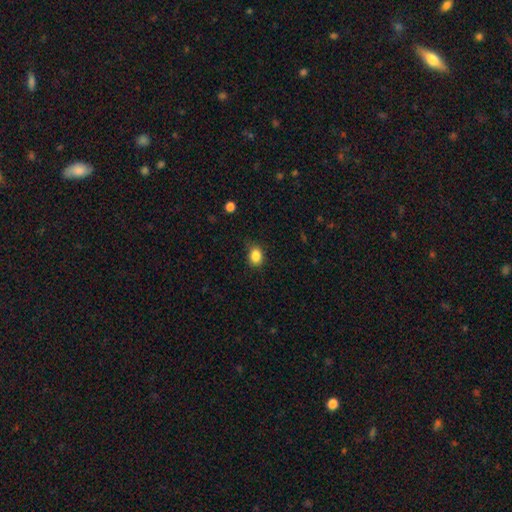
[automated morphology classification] This appears to be a smooth galaxy with no disk features (86%) that is in between round and cigar-shaped (54%). Merging: none (81%).